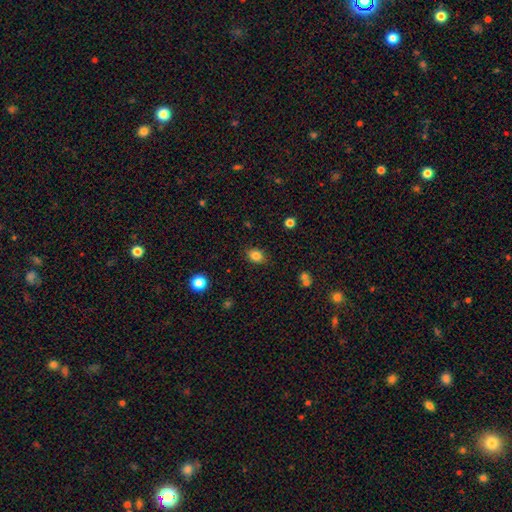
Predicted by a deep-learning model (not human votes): smooth-or-featured: smooth: 83% | star or artifact: 11% | featured or disk: 6%
  how-rounded: in between: 63% | round: 36% | cigar-shaped: 1%
  merging: none: 84% | minor disturbance: 12% | major disturbance: 3% | merger: 2%